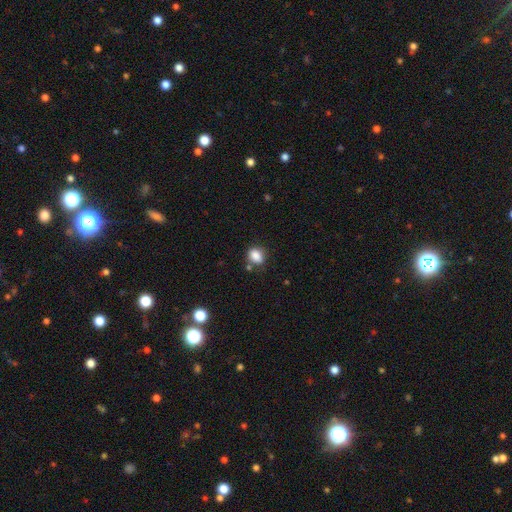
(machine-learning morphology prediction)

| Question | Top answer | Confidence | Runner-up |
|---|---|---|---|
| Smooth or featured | smooth | 85% | star or artifact (10%) |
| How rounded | round | 52% | in between (47%) |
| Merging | none | 69% | minor disturbance (19%) |